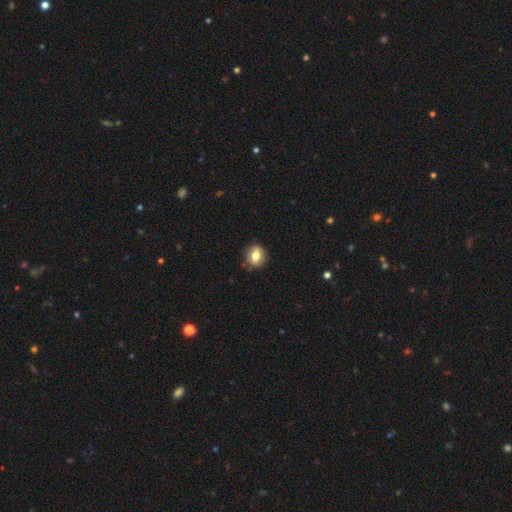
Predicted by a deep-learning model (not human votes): Smooth or featured?
  - smooth: 73% *
  - featured or disk: 18%
  - star or artifact: 9%
How rounded?
  - round: 59% *
  - in between: 40%
  - cigar-shaped: 2%
Merging?
  - none: 85% *
  - minor disturbance: 11%
  - major disturbance: 3%
  - merger: 1%